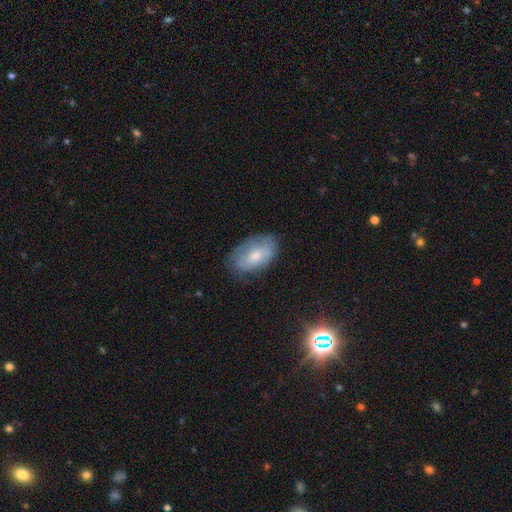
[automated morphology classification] smooth_or_featured: smooth (p=0.62) [alt: featured or disk p=0.31]
how_rounded: in between (p=0.92) [alt: round p=0.06]
merging: none (p=0.69) [alt: minor disturbance p=0.23]